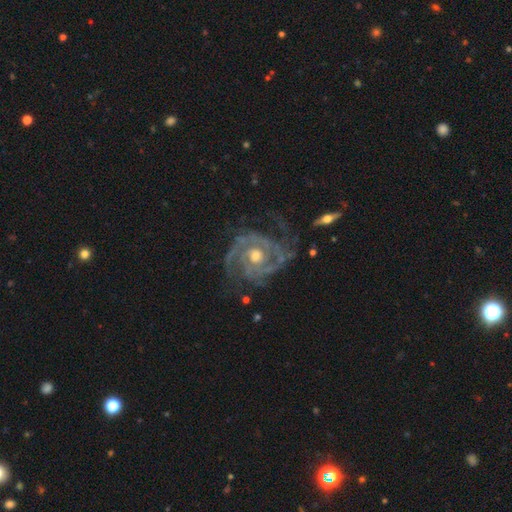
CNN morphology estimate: A featured or disk galaxy (92%) with no bar (71%), 2 (42%) tight (60%) spiral arms (97%) and a moderate central bulge (74%). Merging: none (63%).